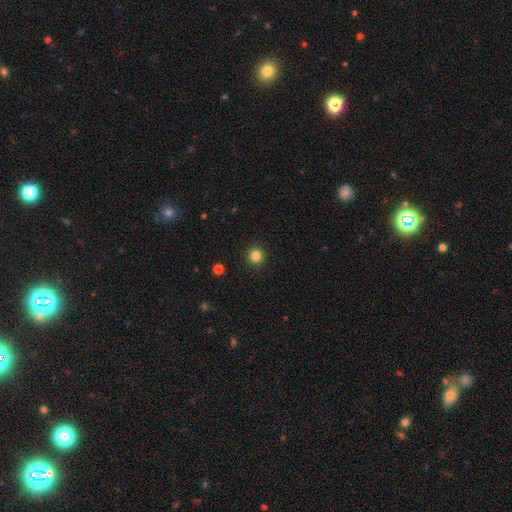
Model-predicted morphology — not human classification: Q: Smooth or featured?
A: smooth (84%); runner-up: star or artifact (12%)
Q: How rounded?
A: round (96%); runner-up: in between (3%)
Q: Merging?
A: none (93%); runner-up: minor disturbance (4%)